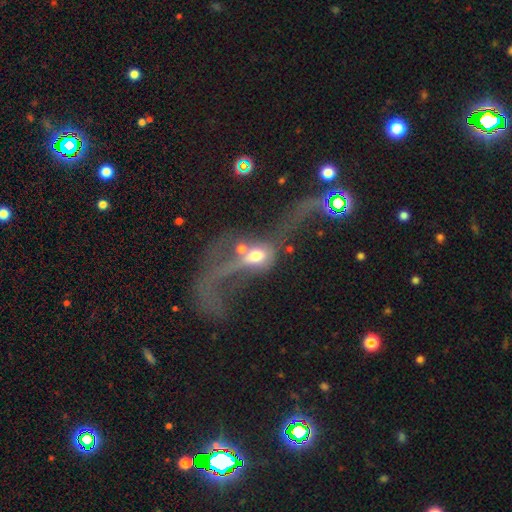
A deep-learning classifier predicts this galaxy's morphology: Smooth or featured?
  - featured or disk: 49% *
  - smooth: 37%
  - star or artifact: 14%
Merging?
  - major disturbance: 41% *
  - merger: 35%
  - none: 14%
  - minor disturbance: 10%